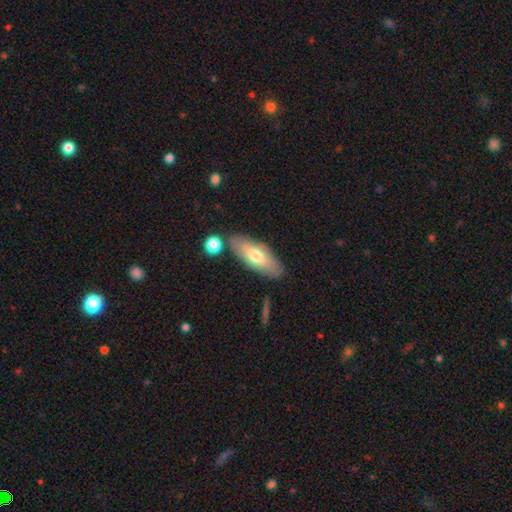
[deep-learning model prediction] The model was most divided on "smooth or featured": smooth: 65%, featured or disk: 30%, star or artifact: 6%. More confident: merging — none (78%); how rounded — in between (72%).